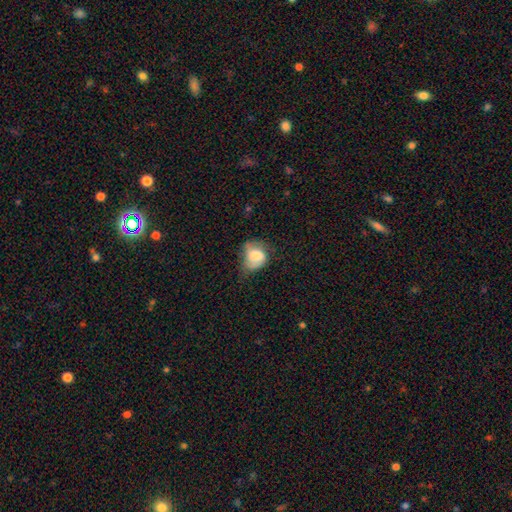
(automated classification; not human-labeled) The model was most divided on "merging" (2-way tie): minor disturbance: 37%, none: 37%, major disturbance: 24%, merger: 3%. More confident: smooth or featured — smooth (60%); how rounded — in between (52%).